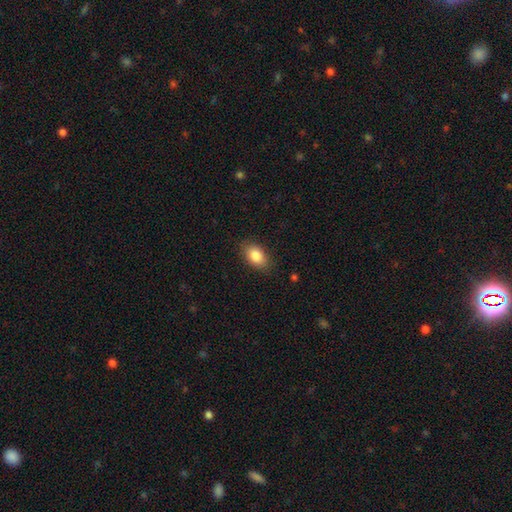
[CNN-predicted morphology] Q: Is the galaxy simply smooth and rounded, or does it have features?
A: smooth — 85%.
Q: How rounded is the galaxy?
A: in between — 90%.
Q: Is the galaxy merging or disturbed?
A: none — 85%.